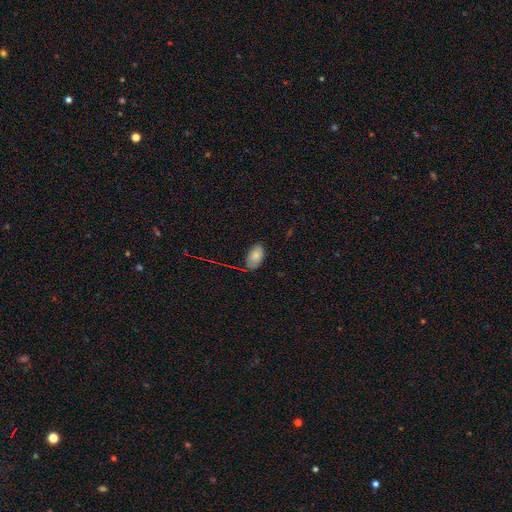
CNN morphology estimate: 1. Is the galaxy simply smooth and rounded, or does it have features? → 81% smooth, 10% featured or disk, 9% star or artifact.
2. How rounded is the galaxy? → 94% in between, 4% round, 2% cigar-shaped.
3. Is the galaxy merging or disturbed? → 69% none, 23% minor disturbance, 5% major disturbance, 2% merger.